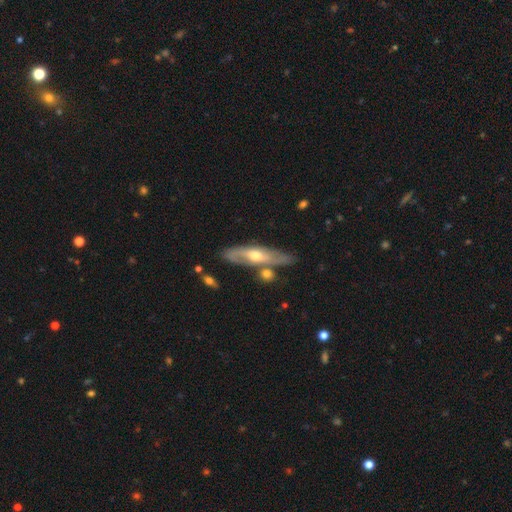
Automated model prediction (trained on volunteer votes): featured or disk 63%, smooth 32%, star or artifact 5%. Down the decision tree: edge-on disk — no (57%); merging — none (69%).